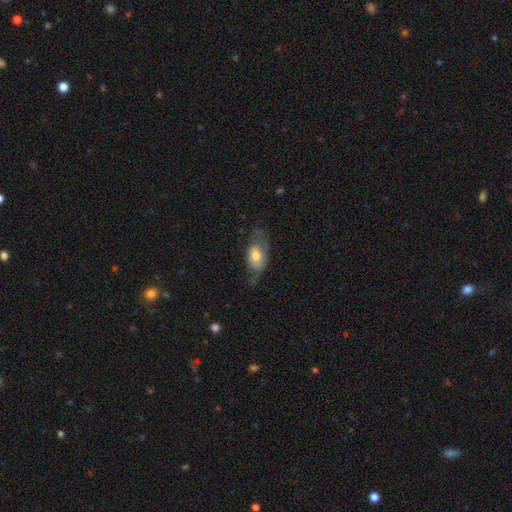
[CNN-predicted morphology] This is possibly a smooth galaxy (58%). How rounded: clearly in between (89%). Merging: marginally none (42%).